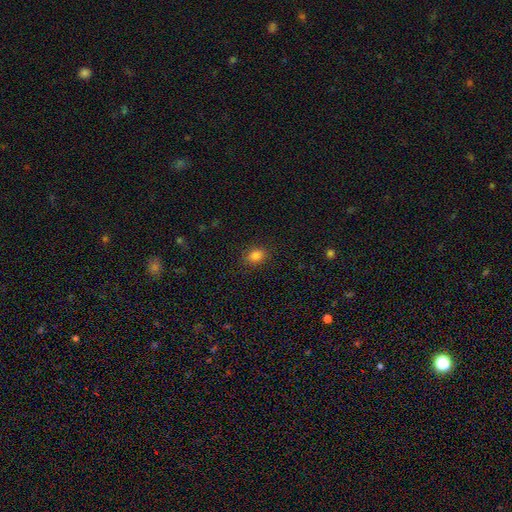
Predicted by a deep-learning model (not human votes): The model was most divided on "how rounded": in between: 68%, round: 31%, cigar-shaped: 1%. More confident: merging — none (87%); smooth or featured — smooth (84%).